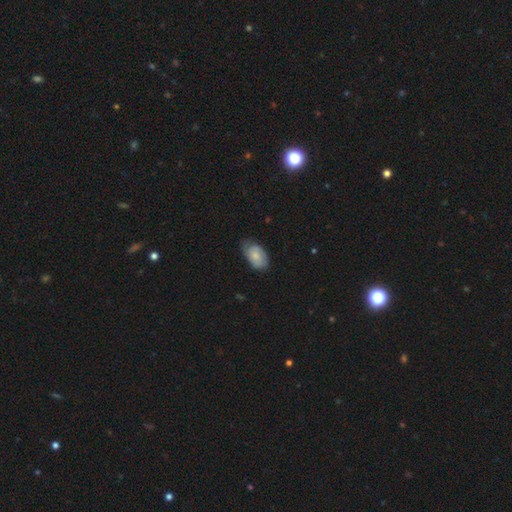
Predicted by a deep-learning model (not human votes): Overall: smooth (58%; featured or disk 36%). How rounded: in between (91%). Merging: none (64%; minor disturbance 29%).